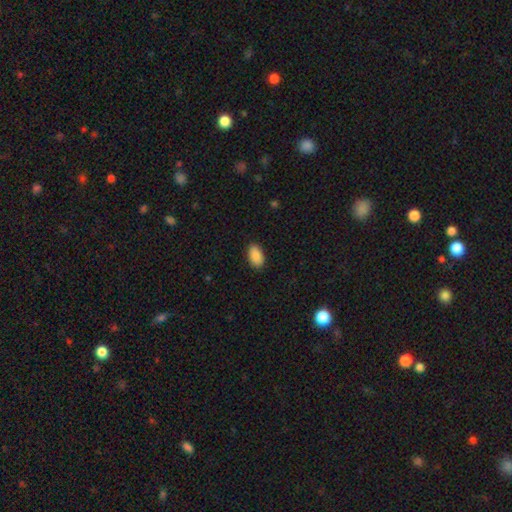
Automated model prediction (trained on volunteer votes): smooth_or_featured: smooth (p=0.90) [alt: star or artifact p=0.07]
how_rounded: in between (p=0.94) [alt: round p=0.04]
merging: none (p=0.88) [alt: minor disturbance p=0.09]